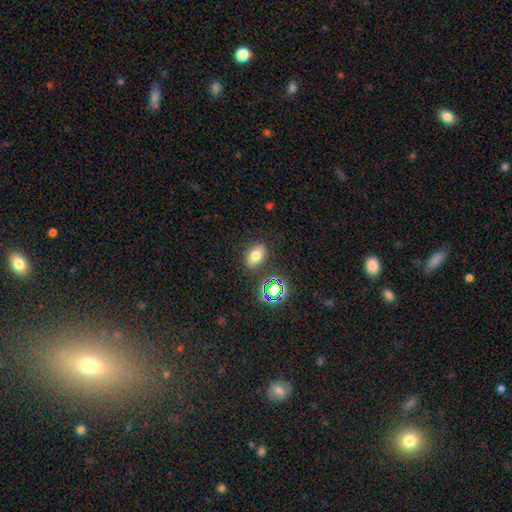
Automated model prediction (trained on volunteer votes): This appears to be a smooth galaxy with no disk features (71%) that is in between round and cigar-shaped (80%). Merging: none (83%).